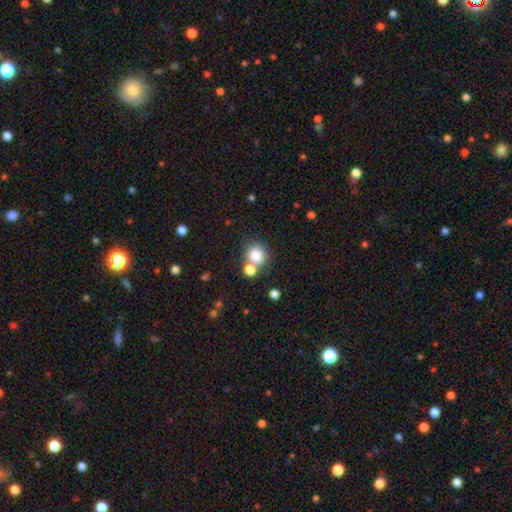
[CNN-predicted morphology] This is clearly a smooth galaxy (81%). How rounded: clearly round (80%). Merging: possibly none (56%).